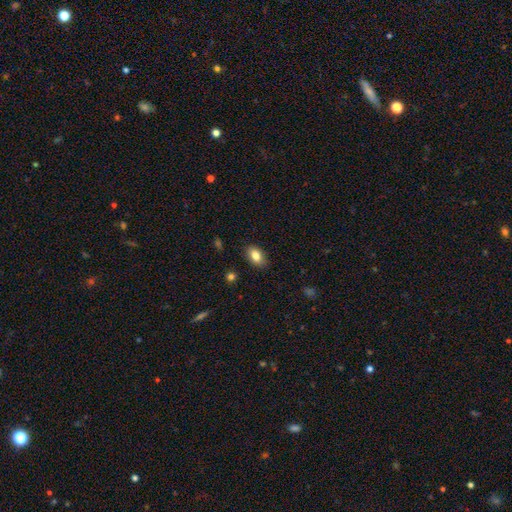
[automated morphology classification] Smooth or featured? smooth (83%)
How rounded? in between (90%)
Merging? none (86%)